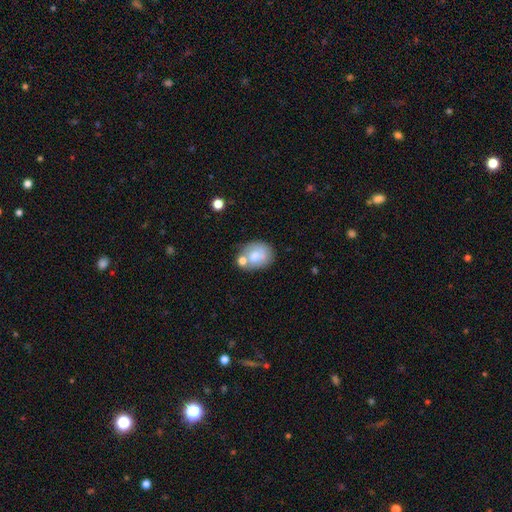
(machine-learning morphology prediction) Smooth or featured?
  - smooth: 64% *
  - featured or disk: 28%
  - star or artifact: 8%
How rounded?
  - in between: 54% *
  - round: 45%
  - cigar-shaped: 1%
Merging?
  - none: 49% *
  - merger: 25%
  - minor disturbance: 19%
  - major disturbance: 7%